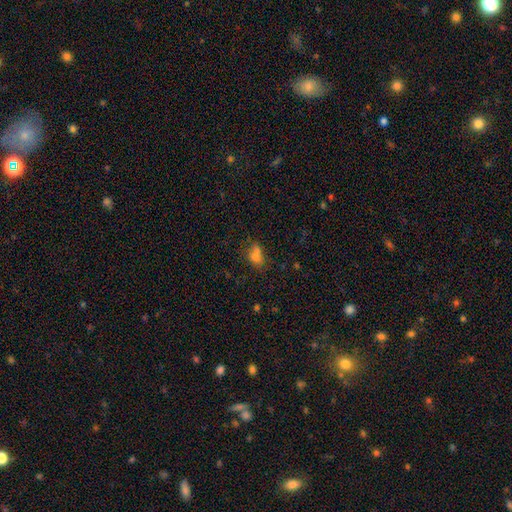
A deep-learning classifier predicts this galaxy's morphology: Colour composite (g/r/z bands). It shows a smooth galaxy with no disk features (72%) that is in between round and cigar-shaped (64%). Merging: merger (41%).